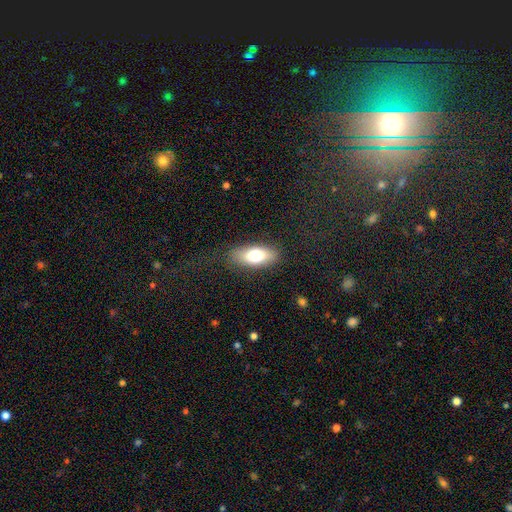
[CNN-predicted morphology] Smooth or featured? Predicted: smooth (p=0.74). How rounded? Predicted: in between (p=0.82). Merging? Predicted: none (p=0.82).